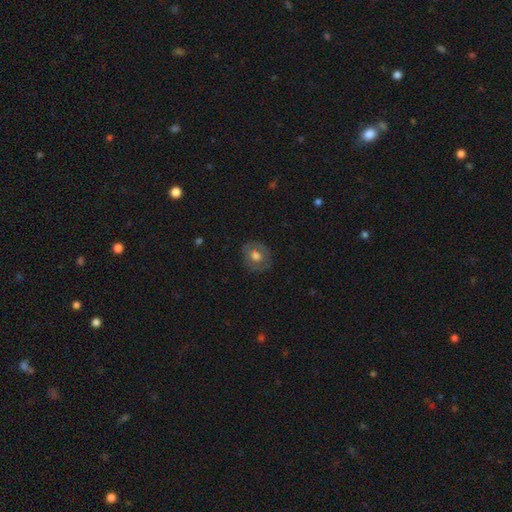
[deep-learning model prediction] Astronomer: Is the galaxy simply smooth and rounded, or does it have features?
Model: smooth — 61%.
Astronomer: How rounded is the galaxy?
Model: round — 64%.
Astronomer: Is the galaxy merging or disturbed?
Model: none — 81%.